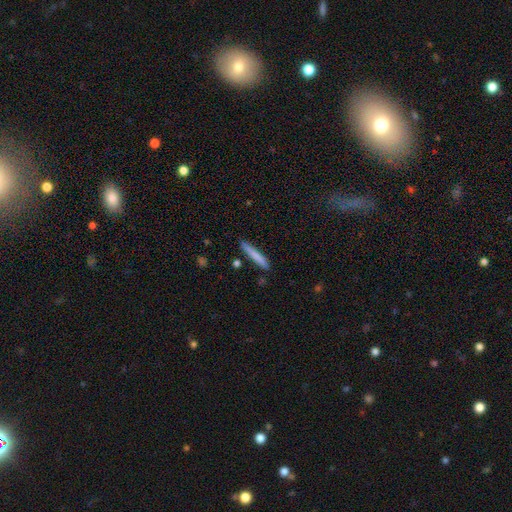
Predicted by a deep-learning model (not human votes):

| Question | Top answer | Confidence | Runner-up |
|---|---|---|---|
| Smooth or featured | smooth | 77% | featured or disk (17%) |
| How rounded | cigar-shaped | 95% | in between (4%) |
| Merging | none | 85% | minor disturbance (11%) |